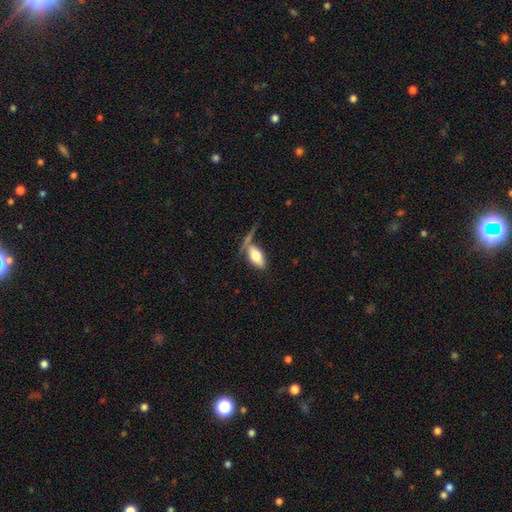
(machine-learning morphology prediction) type=smooth (71%); roundness=in between (90%); merging=none (41%).